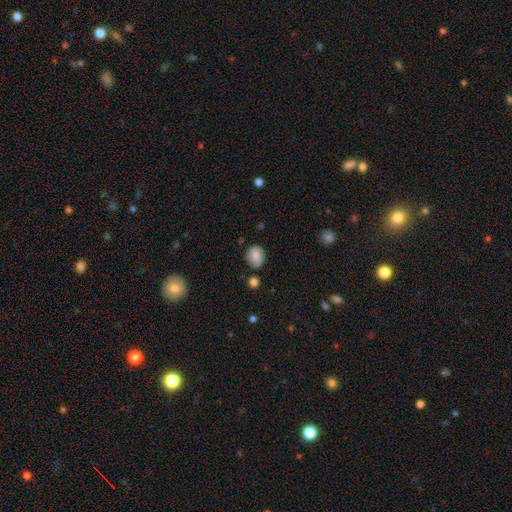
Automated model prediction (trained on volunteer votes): Smooth or featured? smooth (73%)
How rounded? round (55%)
Merging? none (64%)